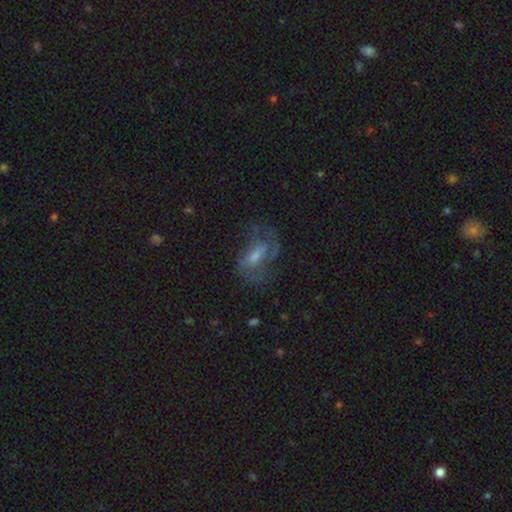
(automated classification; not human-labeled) This appears to be a featured or disk galaxy (56%) with a weak bar (43%), spiral arms (61%) and a moderate central bulge (43%). Merging: none (42%).